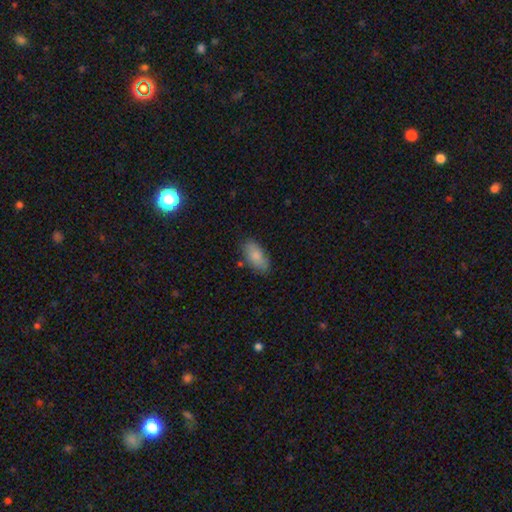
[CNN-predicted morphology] A smooth galaxy with no disk features (82%) that is in between round and cigar-shaped (93%). Merging: none (78%).